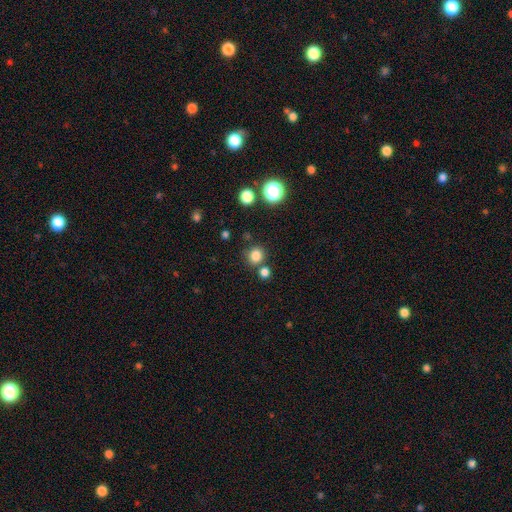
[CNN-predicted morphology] The model was most divided on "merging": none: 76%, merger: 12%, minor disturbance: 9%, major disturbance: 3%. More confident: how rounded — round (87%); smooth or featured — smooth (81%).